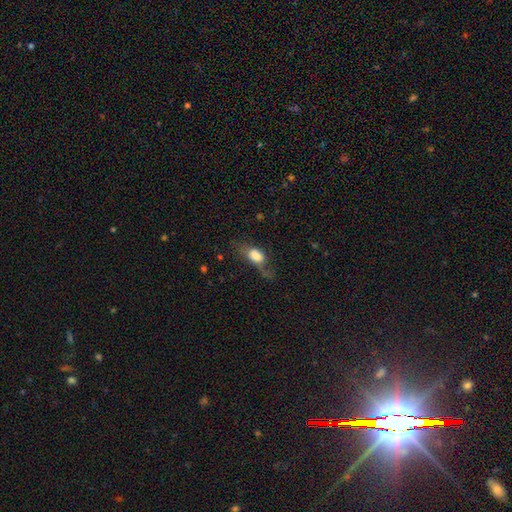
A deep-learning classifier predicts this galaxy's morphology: This is likely a smooth galaxy (69%). How rounded: likely in between (79%). Merging: marginally major disturbance (41%).